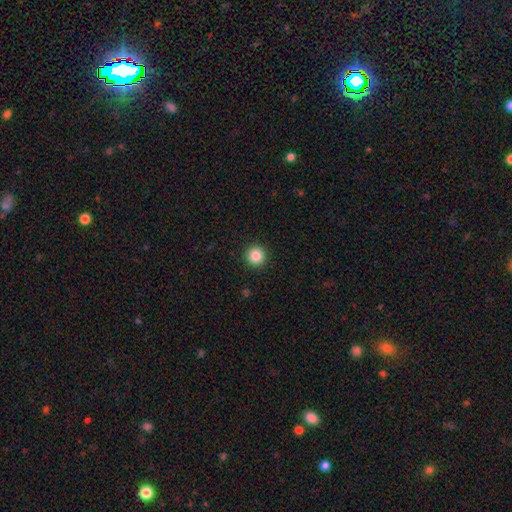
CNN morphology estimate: smooth 85%, star or artifact 10%, featured or disk 4%. Down the decision tree: how rounded — round (96%); merging — none (93%).